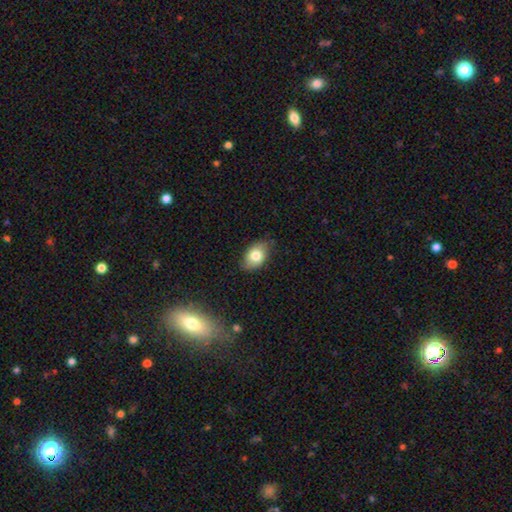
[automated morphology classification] smooth-or-featured: smooth: 77% | featured or disk: 14% | star or artifact: 8%
  how-rounded: in between: 85% | round: 14% | cigar-shaped: 1%
  merging: none: 75% | minor disturbance: 20% | major disturbance: 4% | merger: 1%